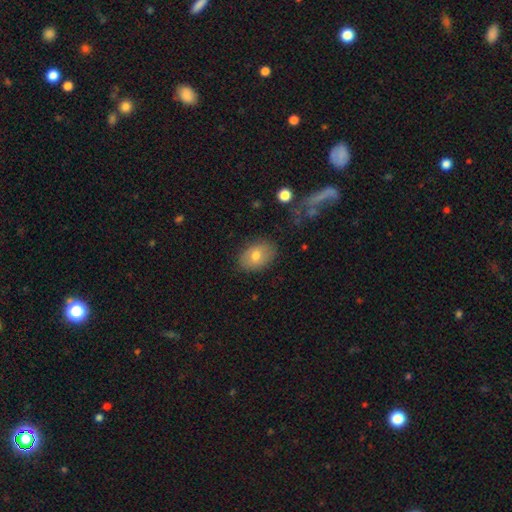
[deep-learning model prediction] Smooth or featured: smooth — 74% (featured or disk — 18%)
How rounded: in between — 78% (round — 20%)
Merging: none — 83% (minor disturbance — 12%)